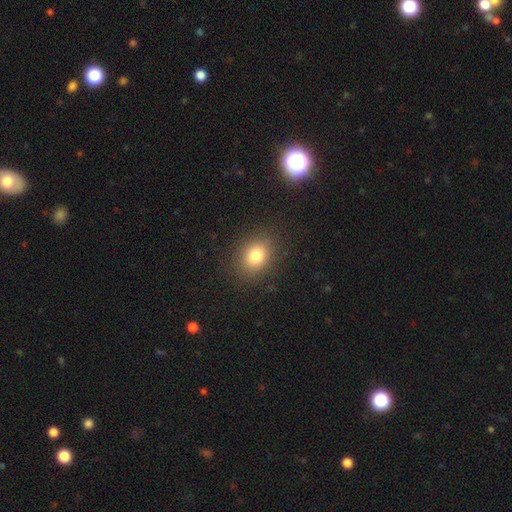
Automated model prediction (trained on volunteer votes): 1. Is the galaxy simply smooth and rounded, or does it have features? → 80% smooth, 11% star or artifact, 8% featured or disk.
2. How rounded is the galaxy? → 52% in between, 47% round, 1% cigar-shaped.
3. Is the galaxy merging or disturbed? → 86% none, 9% minor disturbance, 4% major disturbance, 1% merger.